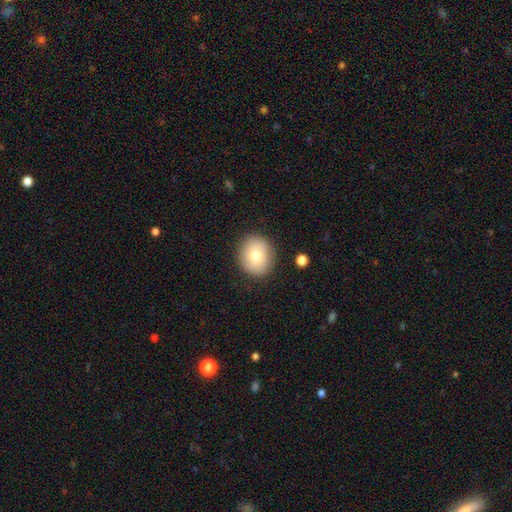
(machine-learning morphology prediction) smooth 76%, featured or disk 15%, star or artifact 9%. Down the decision tree: how rounded — round (69%); merging — none (86%).